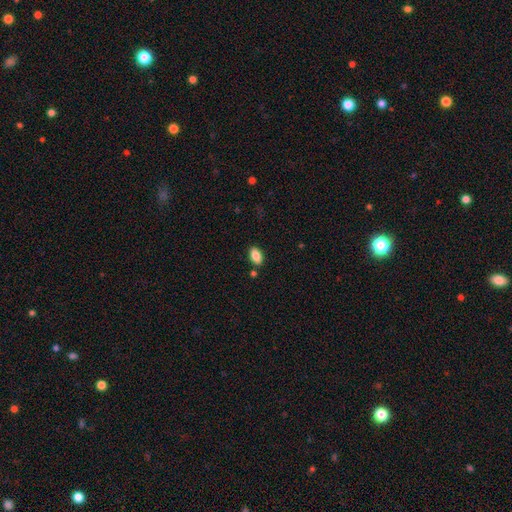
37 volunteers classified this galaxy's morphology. Q: Smooth or featured?
A: smooth (89%); runner-up: featured or disk (5%)
Q: How rounded?
A: in between (88%); runner-up: round (9%)
Q: Merging?
A: none (80%); runner-up: minor disturbance (17%)